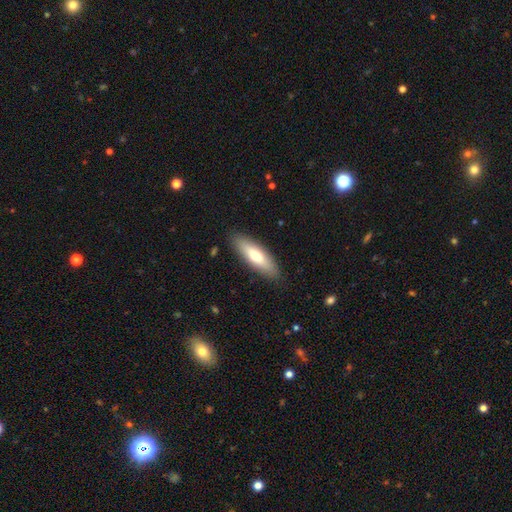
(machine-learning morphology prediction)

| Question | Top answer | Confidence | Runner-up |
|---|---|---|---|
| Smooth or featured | smooth | 66% | featured or disk (28%) |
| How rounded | in between | 50% | cigar-shaped (48%) |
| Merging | none | 88% | minor disturbance (9%) |